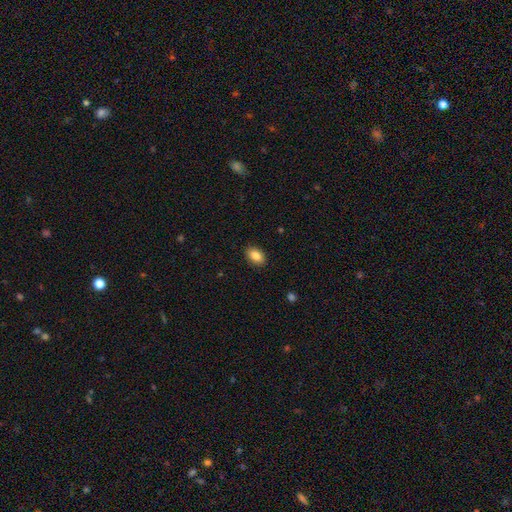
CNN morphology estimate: type=smooth (86%); roundness=in between (89%); merging=none (89%).